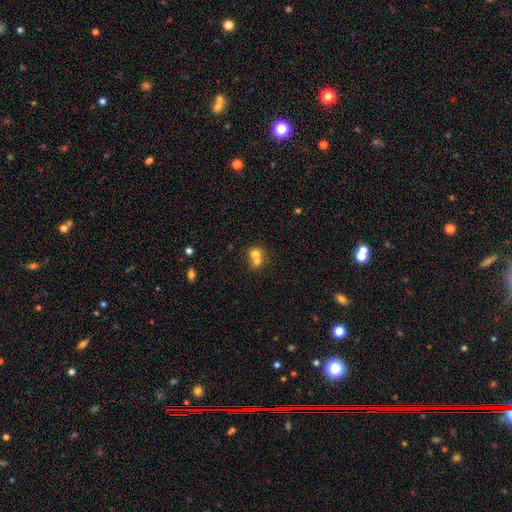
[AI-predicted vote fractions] smooth-or-featured: smooth: 69% | featured or disk: 19% | star or artifact: 12%
  how-rounded: round: 74% | in between: 25% | cigar-shaped: 1%
  merging: merger: 66% | none: 26% | minor disturbance: 5% | major disturbance: 3%